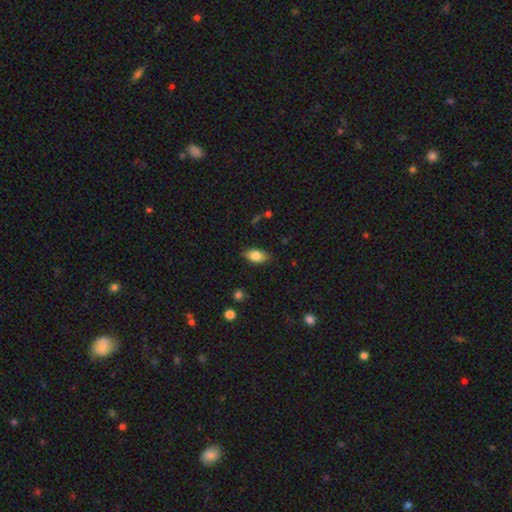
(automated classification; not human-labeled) This is likely a smooth galaxy (75%). How rounded: clearly in between (87%). Merging: clearly none (83%).